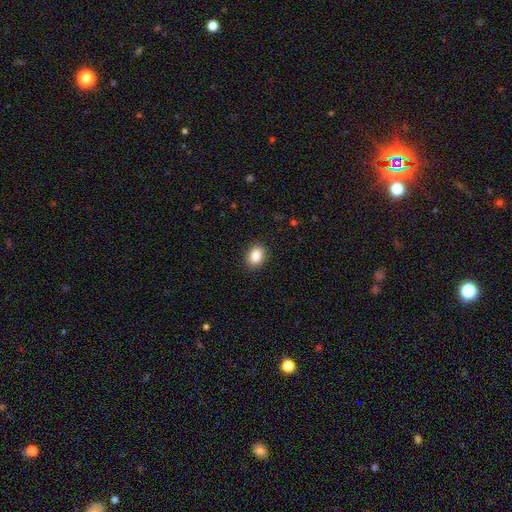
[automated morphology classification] This appears to be a smooth galaxy with no disk features (87%) that is in between round and cigar-shaped (68%). Merging: none (89%).